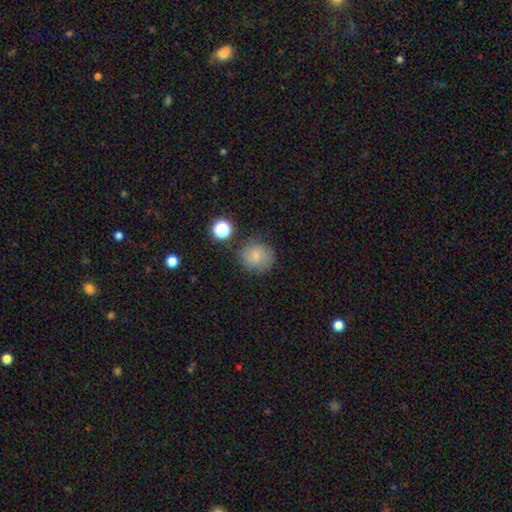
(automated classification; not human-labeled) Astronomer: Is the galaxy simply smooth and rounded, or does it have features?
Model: smooth — 77%.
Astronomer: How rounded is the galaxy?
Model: round — 85%.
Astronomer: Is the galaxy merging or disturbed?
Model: none — 76%.